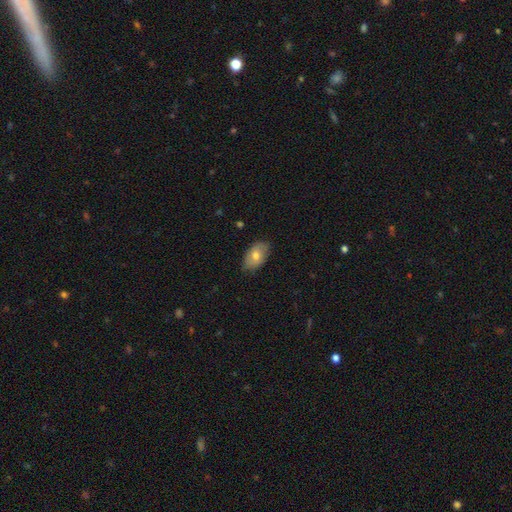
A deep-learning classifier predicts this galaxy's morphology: smooth_or_featured: smooth (p=0.69) [alt: featured or disk p=0.24]
how_rounded: in between (p=0.91) [alt: round p=0.07]
merging: none (p=0.81) [alt: minor disturbance p=0.16]